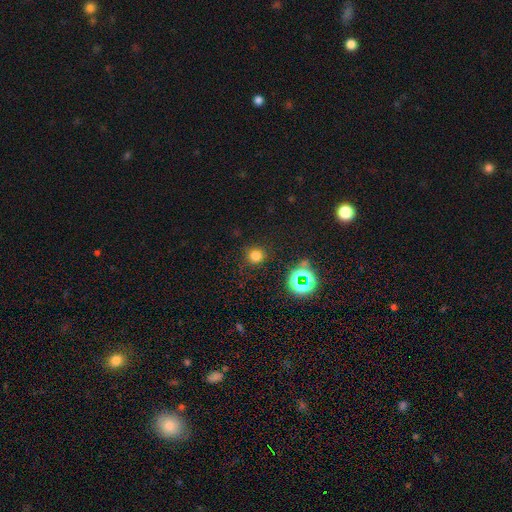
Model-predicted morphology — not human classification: A smooth galaxy with no disk features (72%) that is round (90%). Merging: none (85%).